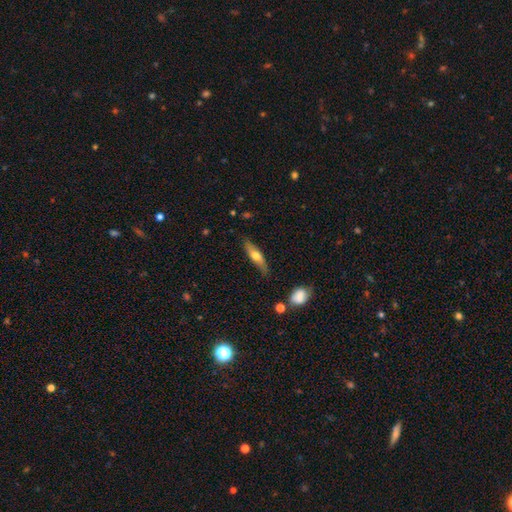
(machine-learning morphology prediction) type=smooth (49%); merging=none (76%).